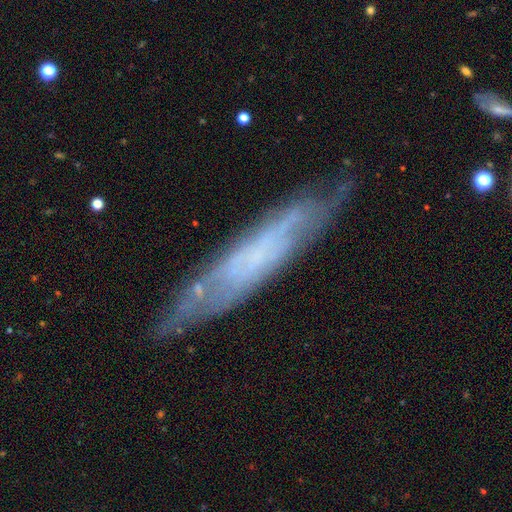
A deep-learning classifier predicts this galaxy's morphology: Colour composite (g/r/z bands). It shows a featured or disk galaxy (62%) viewed edge-on (59%). Merging: none (75%).